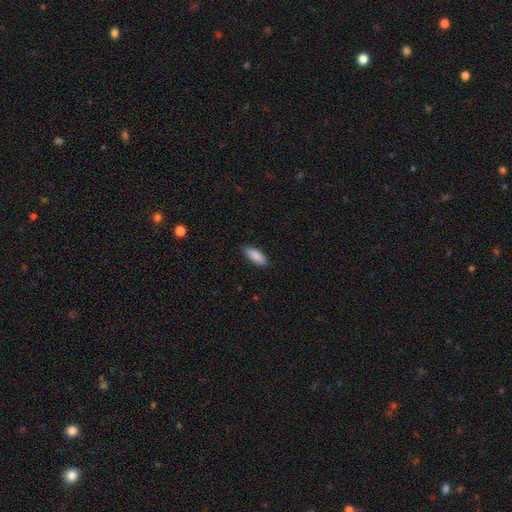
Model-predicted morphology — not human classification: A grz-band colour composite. It shows a smooth galaxy with no disk features (89%) that is in between round and cigar-shaped (77%). Merging: none (87%).